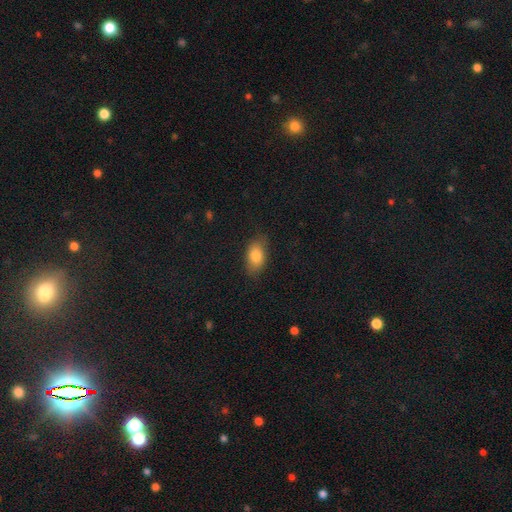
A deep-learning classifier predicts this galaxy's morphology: Smooth or featured? smooth (81%)
How rounded? in between (89%)
Merging? none (80%)